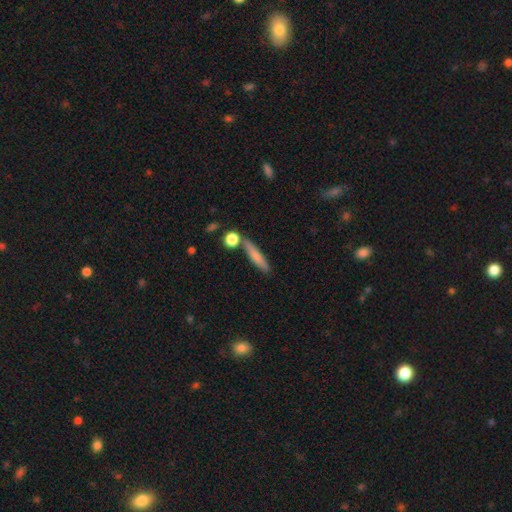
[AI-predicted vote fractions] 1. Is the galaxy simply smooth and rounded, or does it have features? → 71% smooth, 21% featured or disk, 7% star or artifact.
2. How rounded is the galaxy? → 83% cigar-shaped, 13% in between, 3% round.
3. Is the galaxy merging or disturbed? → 74% none, 12% minor disturbance, 10% merger, 4% major disturbance.